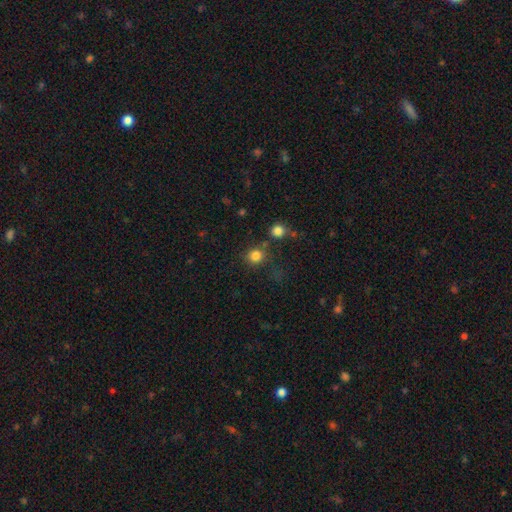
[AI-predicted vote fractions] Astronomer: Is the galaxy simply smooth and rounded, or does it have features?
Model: smooth — 81%.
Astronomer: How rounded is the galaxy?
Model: round — 88%.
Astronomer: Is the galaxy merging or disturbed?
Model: none — 74%.